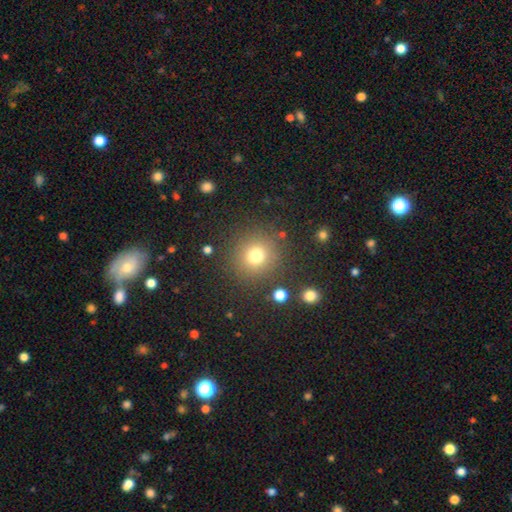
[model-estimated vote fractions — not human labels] Morphology: type=smooth (75%); roundness=round (93%); merging=none (86%).